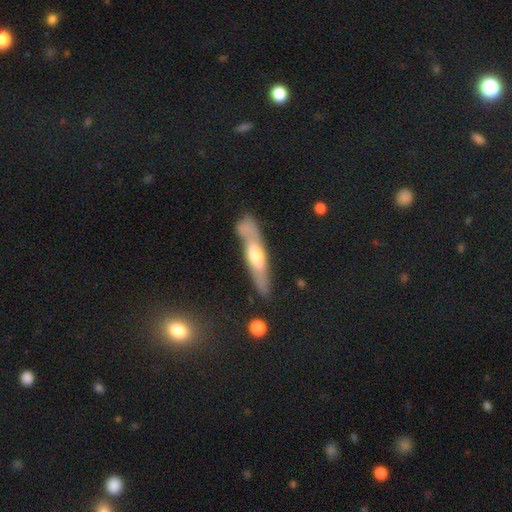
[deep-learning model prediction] Overall: featured or disk (54%; smooth 40%). Edge-on disk: yes (76%). Merging: none (69%).